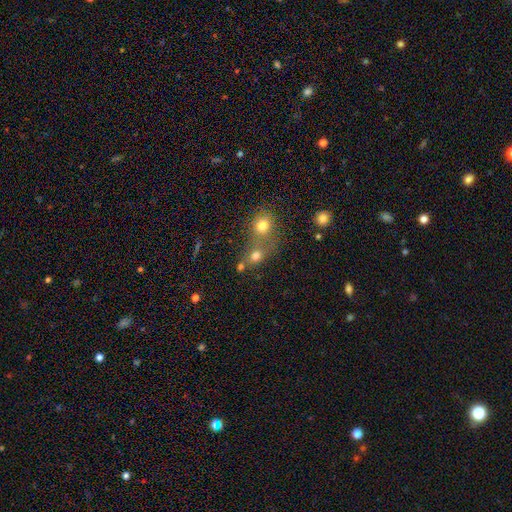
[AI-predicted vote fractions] Overall: smooth (73%). How rounded: round (68%; in between 31%). Merging: merger (50%; none 38%).